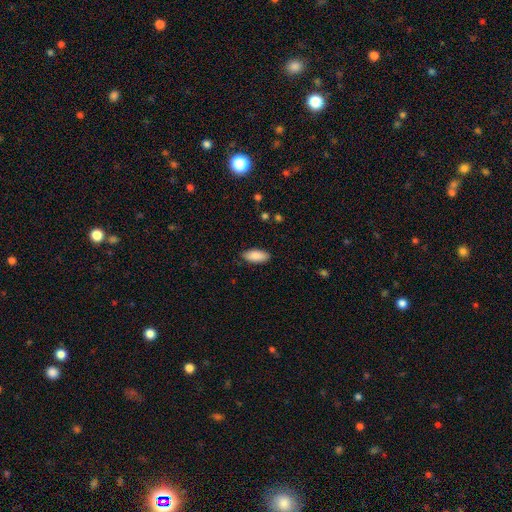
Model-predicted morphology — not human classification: Smooth or featured?
  - smooth: 89% *
  - star or artifact: 6%
  - featured or disk: 5%
How rounded?
  - in between: 88% *
  - cigar-shaped: 10%
  - round: 2%
Merging?
  - none: 85% *
  - minor disturbance: 11%
  - major disturbance: 2%
  - merger: 1%